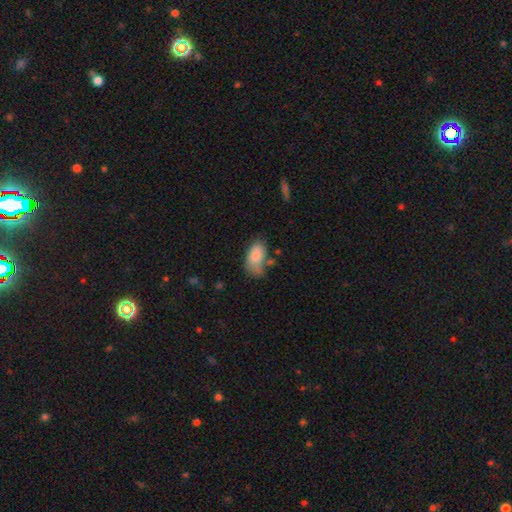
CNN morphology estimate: Q: Smooth or featured?
A: smooth (82%); runner-up: featured or disk (11%)
Q: How rounded?
A: in between (93%); runner-up: round (4%)
Q: Merging?
A: none (48%); runner-up: minor disturbance (31%)